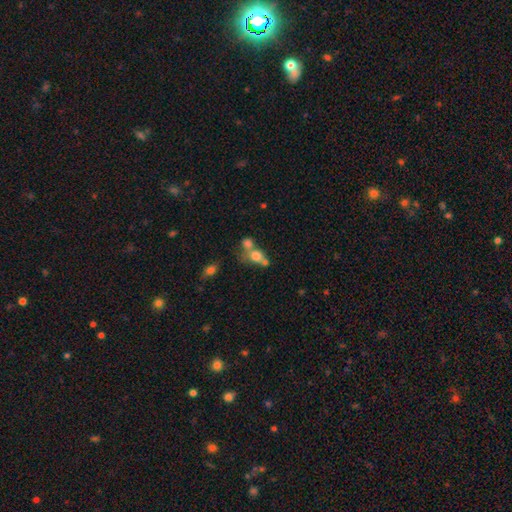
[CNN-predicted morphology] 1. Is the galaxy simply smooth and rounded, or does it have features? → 70% smooth, 17% featured or disk, 13% star or artifact.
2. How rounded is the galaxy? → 53% round, 44% in between, 2% cigar-shaped.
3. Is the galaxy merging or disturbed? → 54% merger, 28% none, 10% minor disturbance, 8% major disturbance.